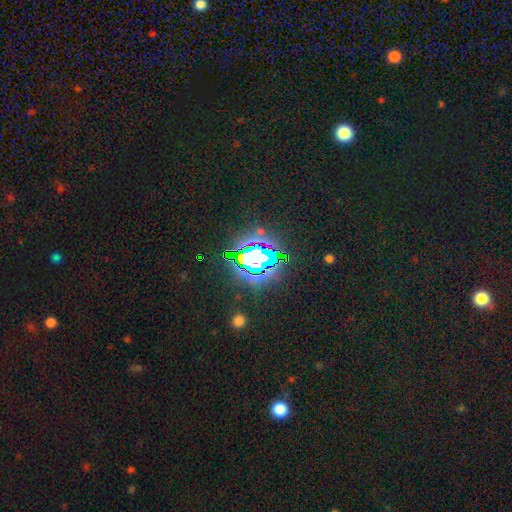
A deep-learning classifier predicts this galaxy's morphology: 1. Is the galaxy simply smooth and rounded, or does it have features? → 76% star or artifact, 14% smooth, 10% featured or disk.